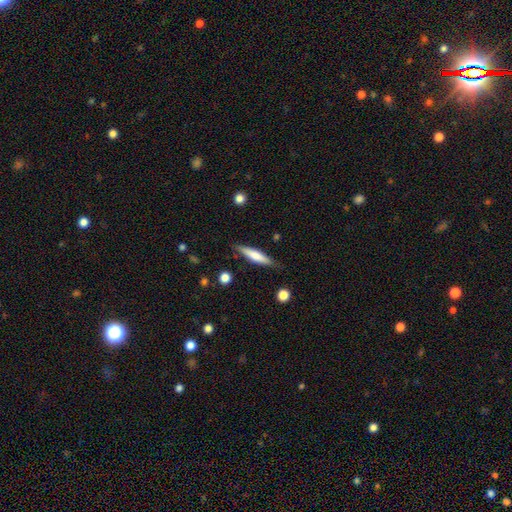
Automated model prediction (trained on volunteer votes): This is possibly a smooth galaxy (59%). How rounded: clearly cigar-shaped (84%). Merging: clearly none (84%).